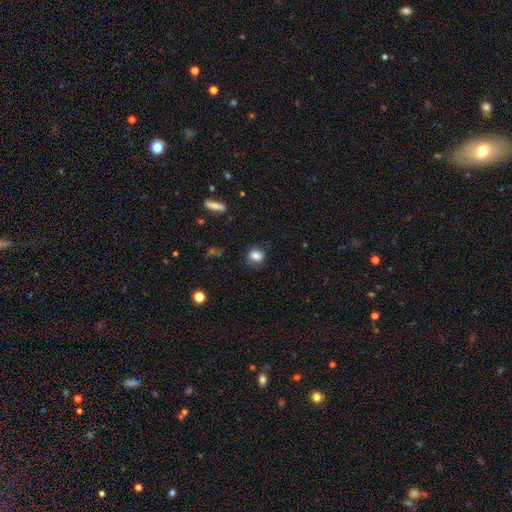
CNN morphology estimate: smooth_or_featured: smooth (p=0.76) [alt: featured or disk p=0.13]
how_rounded: round (p=0.62) [alt: in between p=0.36]
merging: none (p=0.76) [alt: minor disturbance p=0.16]